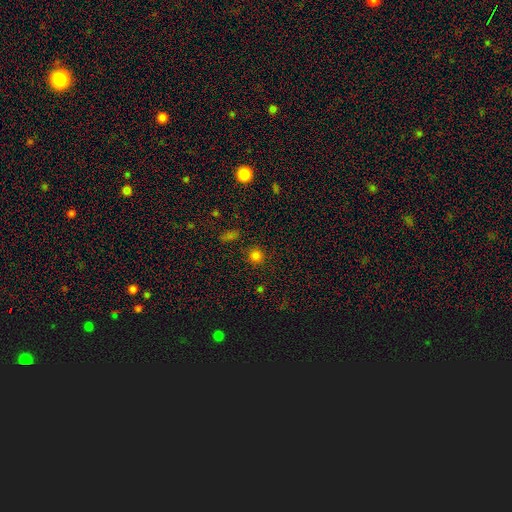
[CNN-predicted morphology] This is likely a smooth galaxy (78%). How rounded: clearly round (91%). Merging: clearly none (87%).